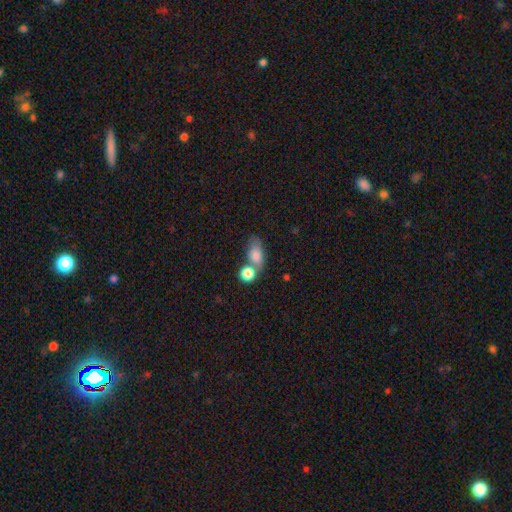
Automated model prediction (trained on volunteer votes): smooth-or-featured: smooth: 79% | featured or disk: 12% | star or artifact: 9%
  how-rounded: in between: 79% | round: 17% | cigar-shaped: 4%
  merging: none: 42% | merger: 34% | minor disturbance: 17% | major disturbance: 8%